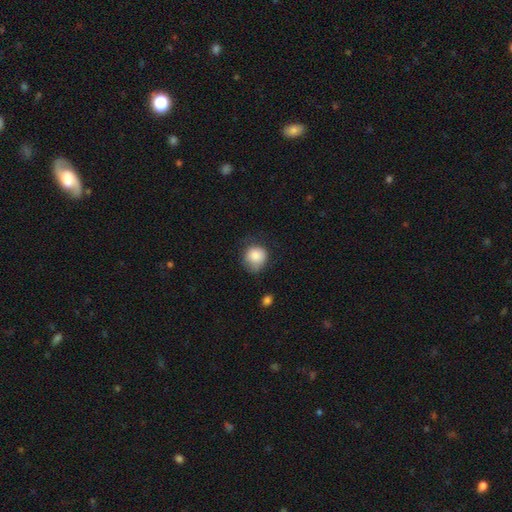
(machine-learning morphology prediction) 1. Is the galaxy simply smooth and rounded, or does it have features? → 85% smooth, 8% star or artifact, 7% featured or disk.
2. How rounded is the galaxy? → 83% round, 16% in between, 1% cigar-shaped.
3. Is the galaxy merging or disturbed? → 53% none, 33% minor disturbance, 12% major disturbance, 2% merger.